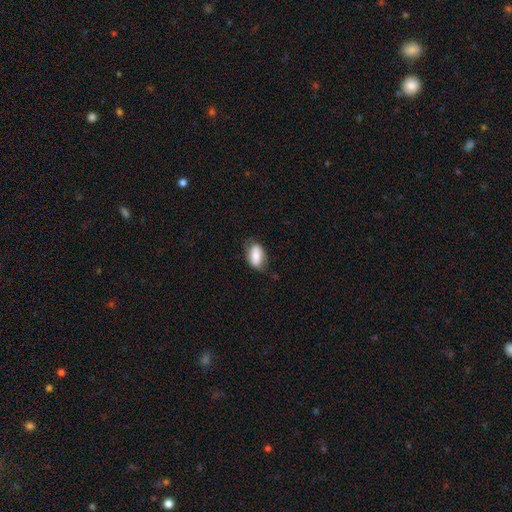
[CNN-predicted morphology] type=smooth (69%); roundness=in between (90%); merging=none (67%).